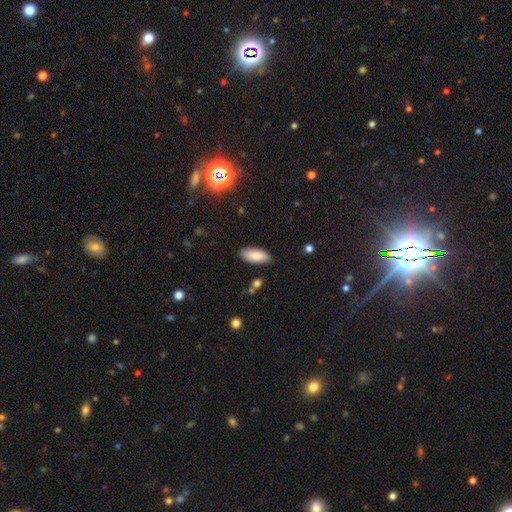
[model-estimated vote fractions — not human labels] Smooth or featured? smooth (85%)
How rounded? in between (84%)
Merging? none (86%)